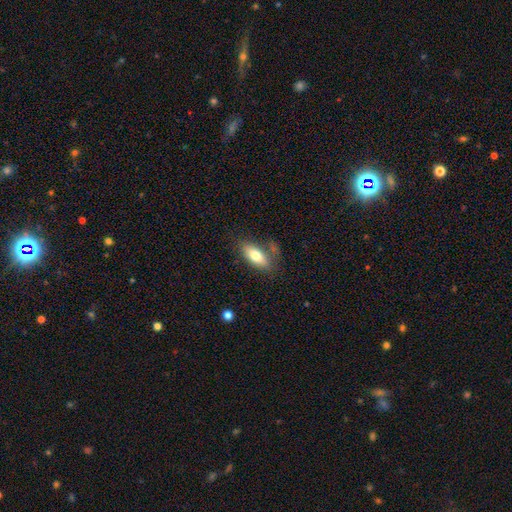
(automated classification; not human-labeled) Morphology: type=smooth (75%); roundness=in between (82%); merging=none (69%).